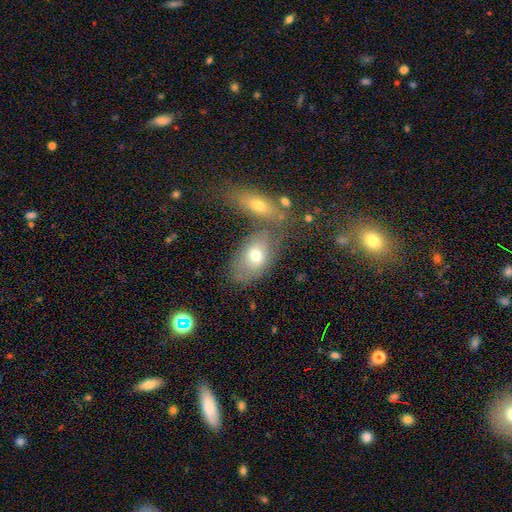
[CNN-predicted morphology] type=smooth (68%); roundness=in between (83%); merging=none (51%).